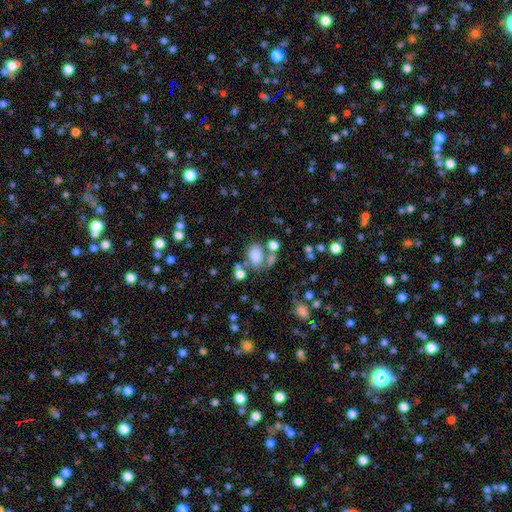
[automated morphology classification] type=smooth (77%); roundness=in between (70%); merging=none (50%).